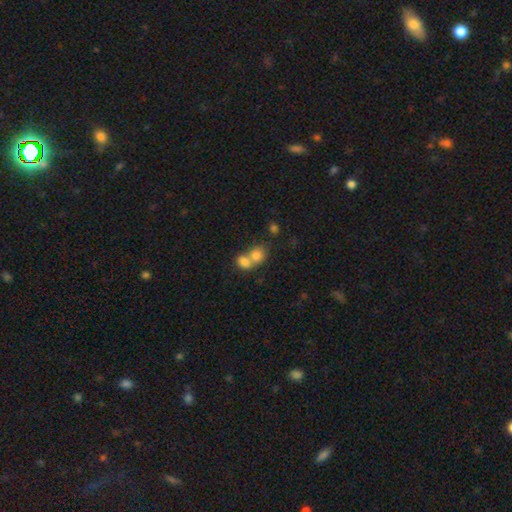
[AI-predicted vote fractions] smooth-or-featured: smooth: 79% | featured or disk: 11% | star or artifact: 10%
  how-rounded: round: 57% | in between: 42% | cigar-shaped: 1%
  merging: merger: 66% | none: 25% | minor disturbance: 6% | major disturbance: 3%